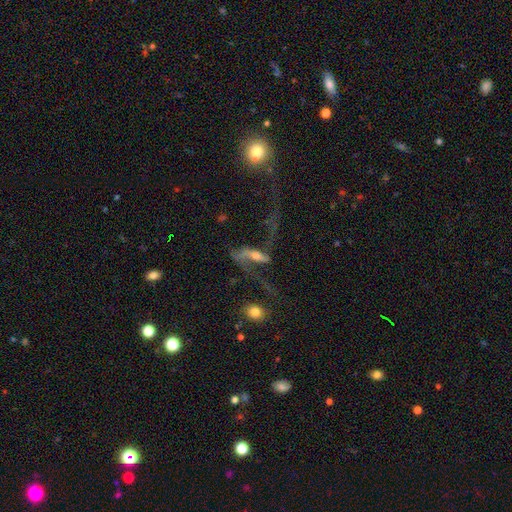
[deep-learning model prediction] Morphology: type=featured or disk (69%); edge-on=no (77%); bar=no (36%); spiral arms=yes (76%); bulge=moderate (41%); merging=major disturbance (45%).